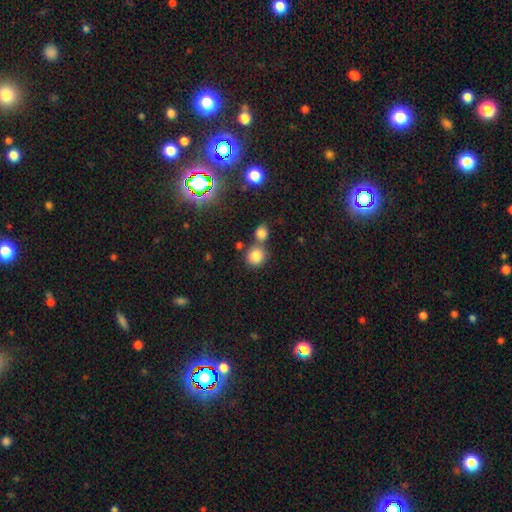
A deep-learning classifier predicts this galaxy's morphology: Overall: smooth (82%). How rounded: round (87%). Merging: none (59%; merger 29%).